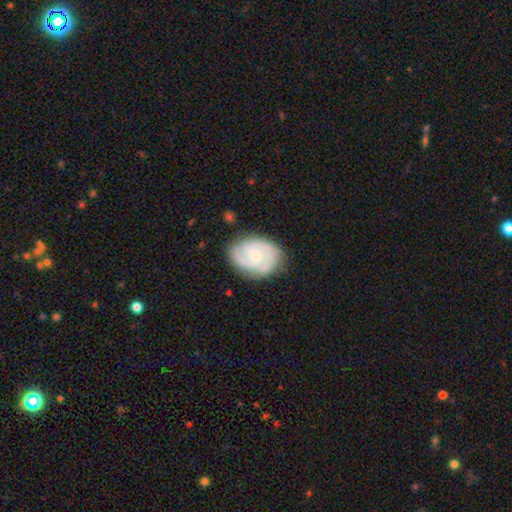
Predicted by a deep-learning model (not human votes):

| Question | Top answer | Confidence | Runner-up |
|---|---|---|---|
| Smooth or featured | featured or disk | 78% | smooth (16%) |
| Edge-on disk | no | 98% | yes (2%) |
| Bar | no | 61% | weak (34%) |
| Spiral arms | yes | 96% | no (4%) |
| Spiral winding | tight | 54% | medium (37%) |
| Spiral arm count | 2 | 43% | 3 (28%) |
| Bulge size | small | 61% | moderate (23%) |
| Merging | none | 76% | minor disturbance (17%) |